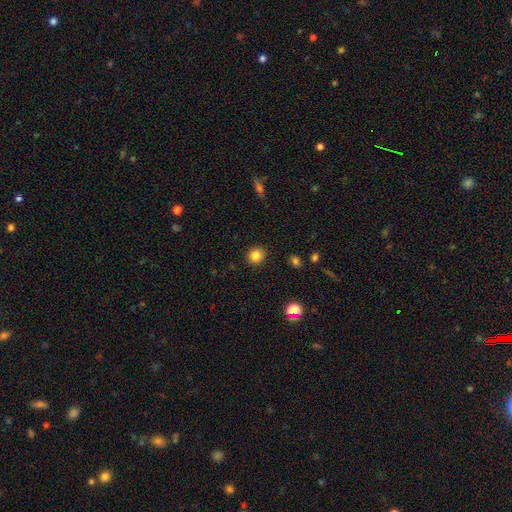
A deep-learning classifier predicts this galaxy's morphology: A smooth galaxy with no disk features (84%) that is round (89%). Merging: none (91%).